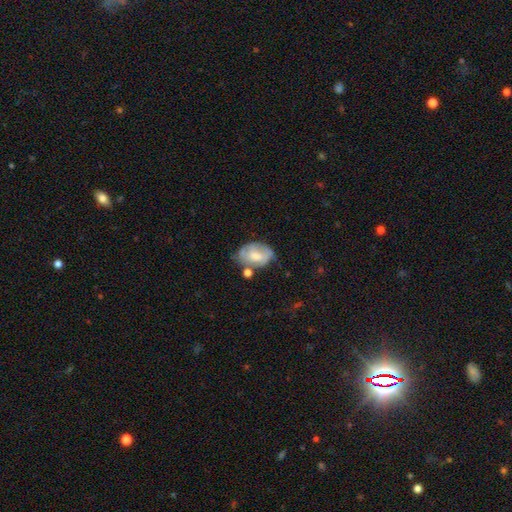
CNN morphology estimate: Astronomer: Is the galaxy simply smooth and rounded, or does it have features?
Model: smooth — 50% (runner-up: featured or disk, 43%).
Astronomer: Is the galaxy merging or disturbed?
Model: none — 43% (runner-up: minor disturbance, 31%).